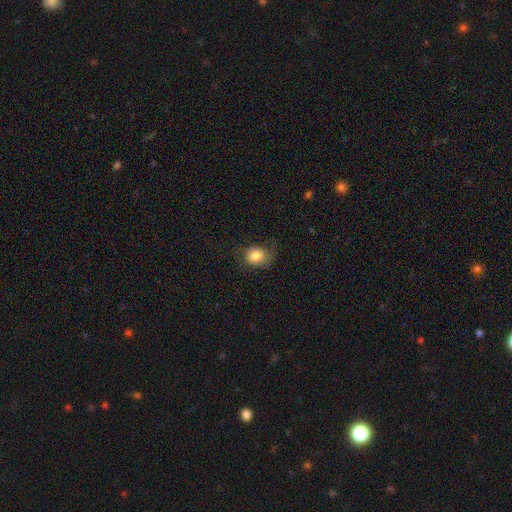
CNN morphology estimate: smooth 81%, star or artifact 10%, featured or disk 9%. Down the decision tree: how rounded — round (57%); merging — none (64%).